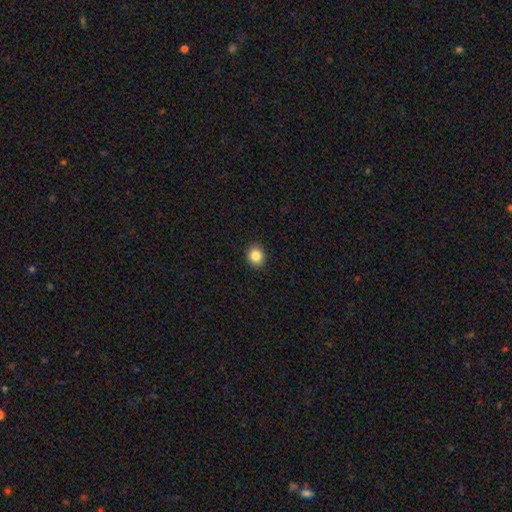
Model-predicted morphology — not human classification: Smooth or featured? Predicted: smooth (p=0.84). How rounded? Predicted: round (p=0.68). Merging? Predicted: none (p=0.91).